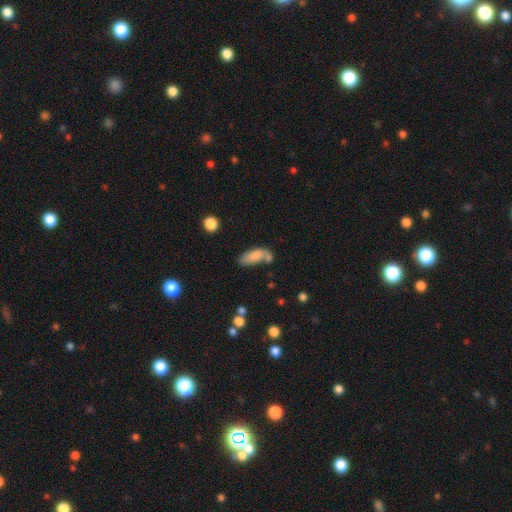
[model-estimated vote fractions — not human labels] Smooth or featured? smooth (78%)
How rounded? in between (82%)
Merging? none (42%)